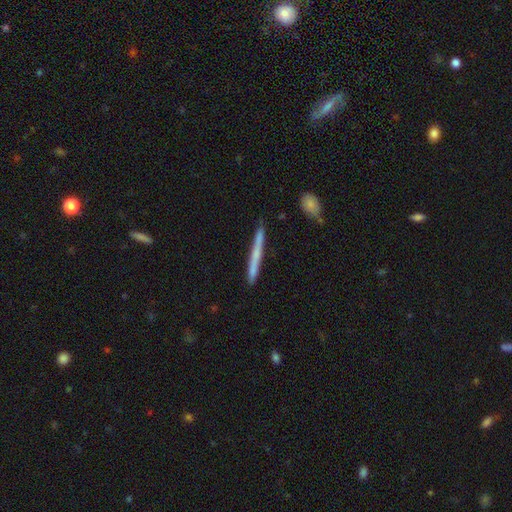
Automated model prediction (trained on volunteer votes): This appears to be a smooth galaxy with no disk features (53%) that is cigar-shaped (97%). Merging: none (87%).